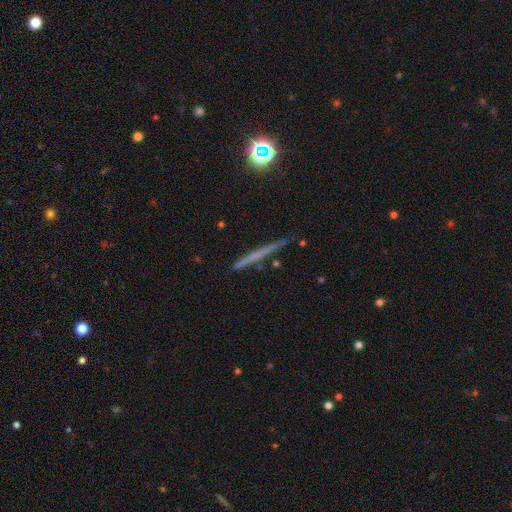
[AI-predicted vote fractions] smooth-or-featured: smooth: 45% | featured or disk: 44% | star or artifact: 11%
  merging: none: 87% | minor disturbance: 10% | major disturbance: 2% | merger: 2%